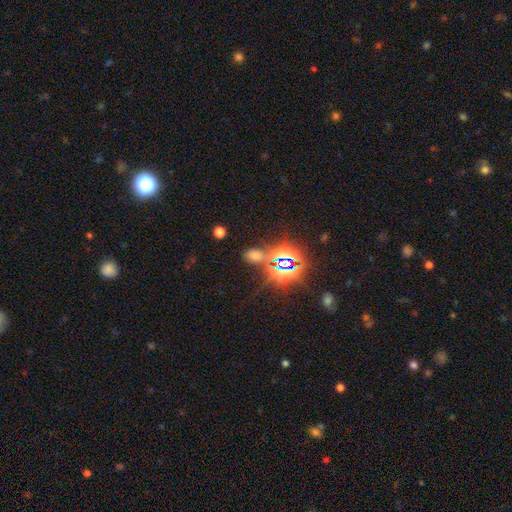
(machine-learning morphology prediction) type=star or artifact (47%).